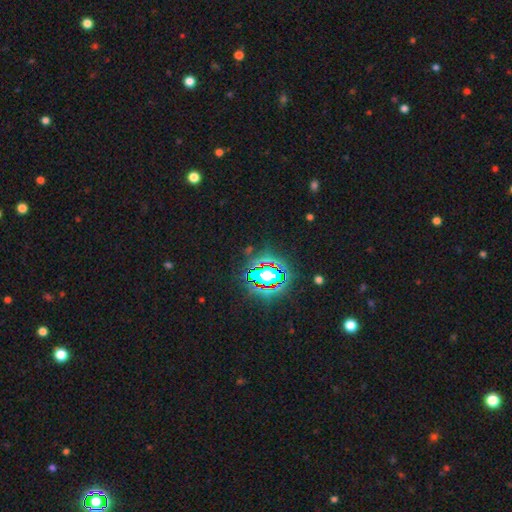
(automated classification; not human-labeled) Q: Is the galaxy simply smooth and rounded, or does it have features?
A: star or artifact — 85%.